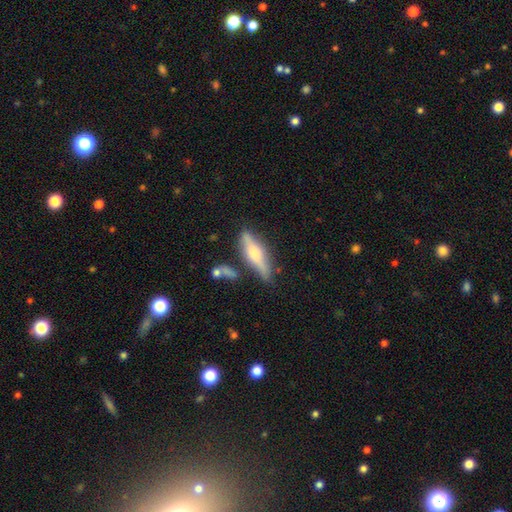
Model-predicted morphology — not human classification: This appears to be a featured or disk galaxy (50%). Merging: none (74%).